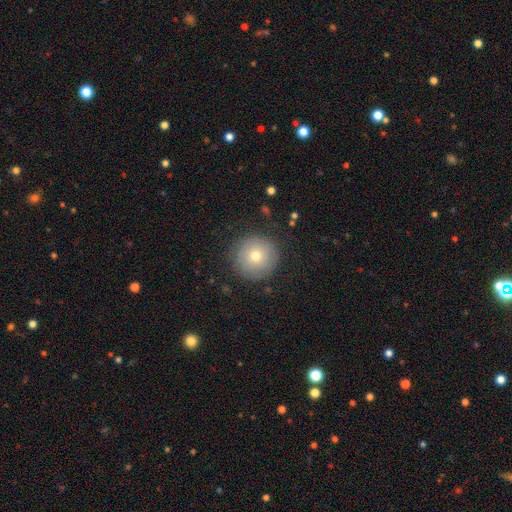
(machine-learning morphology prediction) A smooth galaxy with no disk features (72%) that is round (96%).

Vote fractions:
- Smooth or featured? smooth: 72% / featured or disk: 17% / star or artifact: 11%
- How rounded? round: 96% / in between: 3% / cigar-shaped: 1%
- Merging? none: 87% / minor disturbance: 9% / major disturbance: 3% / merger: 1%